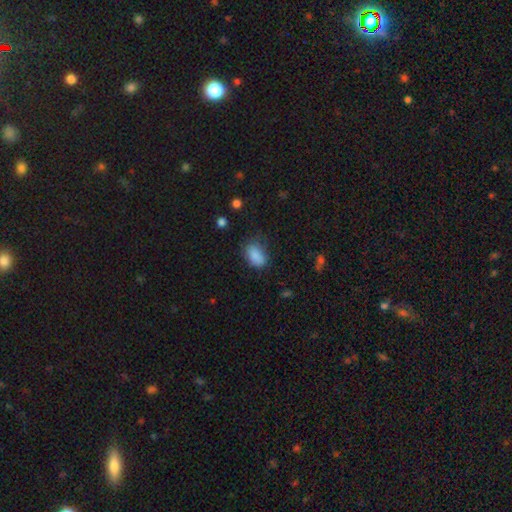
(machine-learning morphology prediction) This is clearly a smooth galaxy (85%). How rounded: clearly in between (87%). Merging: likely none (63%).